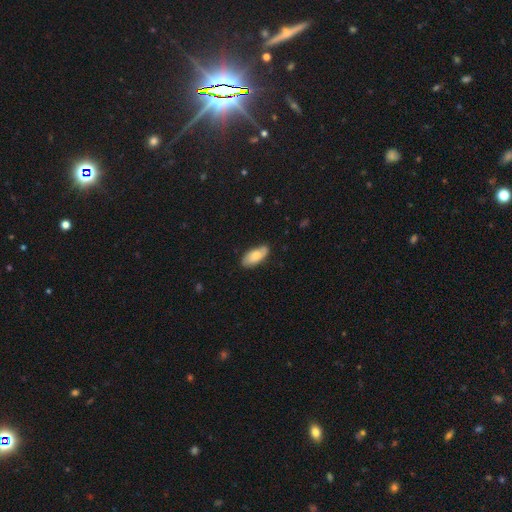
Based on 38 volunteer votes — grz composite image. It shows a smooth galaxy with no disk features (68%) that is in between round and cigar-shaped (85%). Merging: none (69%).